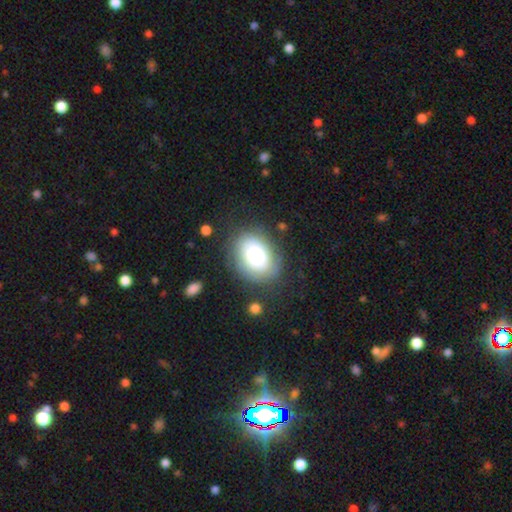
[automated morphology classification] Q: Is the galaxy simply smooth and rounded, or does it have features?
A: smooth — 73%.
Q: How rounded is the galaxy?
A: in between — 70%.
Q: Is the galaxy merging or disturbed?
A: none — 70%.